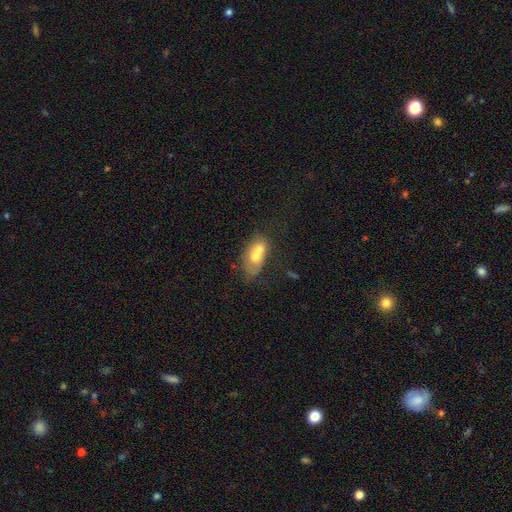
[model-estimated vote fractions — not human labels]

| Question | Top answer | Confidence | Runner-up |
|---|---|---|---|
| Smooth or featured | smooth | 59% | featured or disk (33%) |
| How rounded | in between | 80% | round (15%) |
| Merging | merger | 60% | none (21%) |